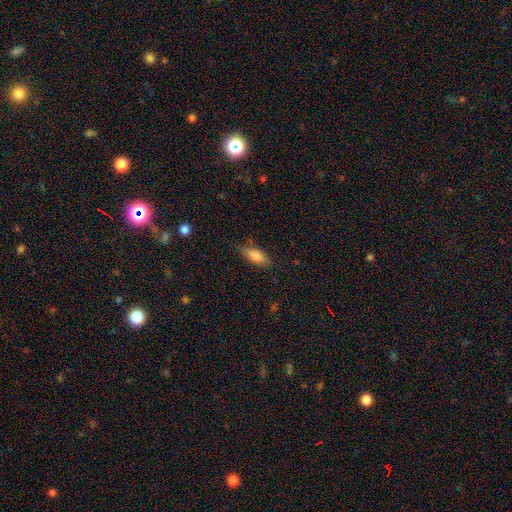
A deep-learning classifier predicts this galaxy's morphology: A smooth galaxy with no disk features (74%) that is in between round and cigar-shaped (64%).

Vote fractions:
- Smooth or featured? smooth: 74% / featured or disk: 19% / star or artifact: 7%
- How rounded? in between: 64% / cigar-shaped: 33% / round: 2%
- Merging? none: 78% / minor disturbance: 17% / major disturbance: 4% / merger: 1%